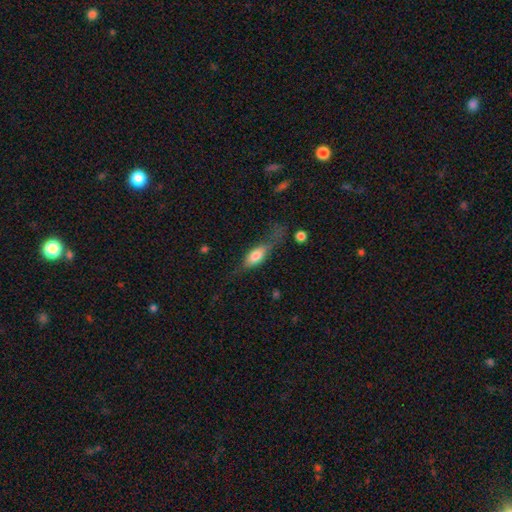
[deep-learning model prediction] Q: Smooth or featured?
A: smooth (64%); runner-up: featured or disk (29%)
Q: How rounded?
A: in between (73%); runner-up: cigar-shaped (22%)
Q: Merging?
A: none (45%); runner-up: minor disturbance (27%)